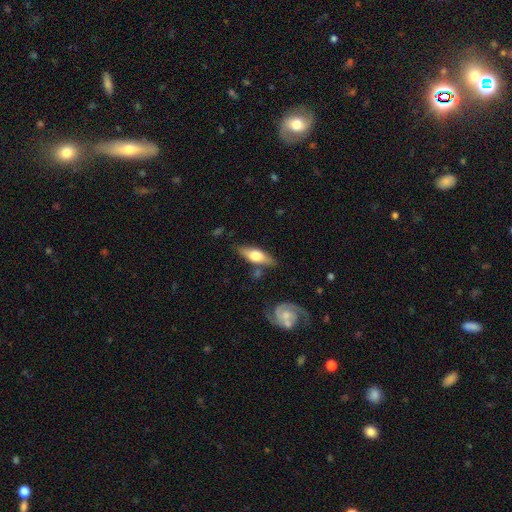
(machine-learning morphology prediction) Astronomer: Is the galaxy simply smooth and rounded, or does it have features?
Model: smooth — 51% (runner-up: featured or disk, 43%).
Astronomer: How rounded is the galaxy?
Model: in between — 53% (runner-up: cigar-shaped, 44%).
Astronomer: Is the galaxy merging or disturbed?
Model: none — 76%.